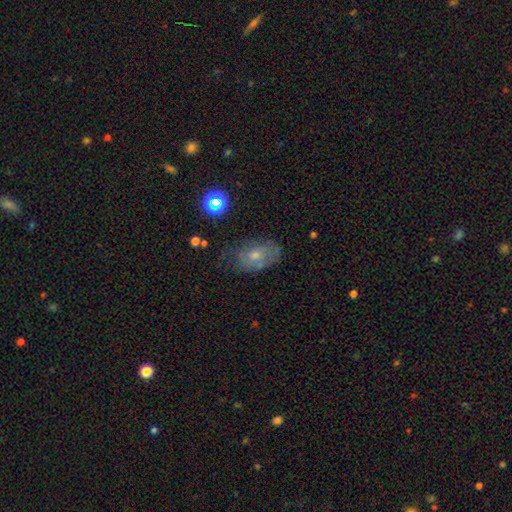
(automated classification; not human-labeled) Smooth or featured?
  - smooth: 56% *
  - featured or disk: 33%
  - star or artifact: 11%
How rounded?
  - in between: 87% *
  - round: 11%
  - cigar-shaped: 2%
Merging?
  - none: 57% *
  - minor disturbance: 28%
  - major disturbance: 12%
  - merger: 3%